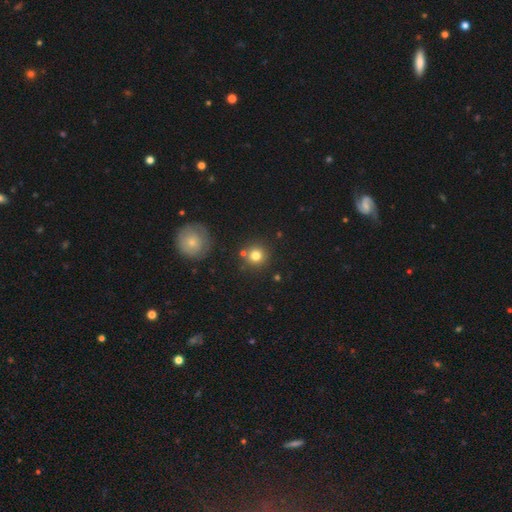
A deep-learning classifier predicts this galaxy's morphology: Smooth or featured? Predicted: smooth (p=0.80). How rounded? Predicted: round (p=0.93). Merging? Predicted: none (p=0.80).